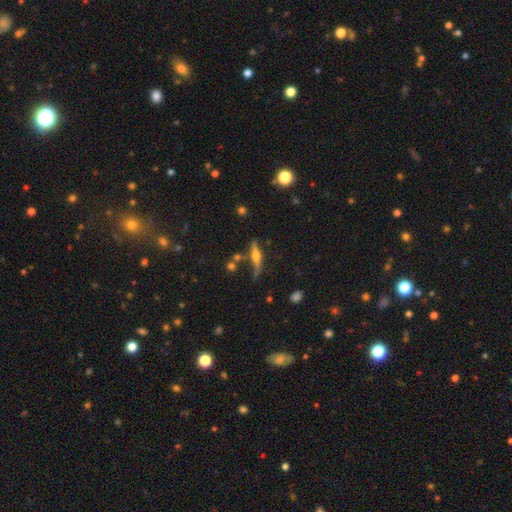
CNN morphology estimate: Smooth or featured? Predicted: featured or disk (p=0.69). Edge-on disk? Predicted: yes (p=0.93). Edge-on bulge? Predicted: rounded (p=0.92). Merging? Predicted: none (p=0.65).